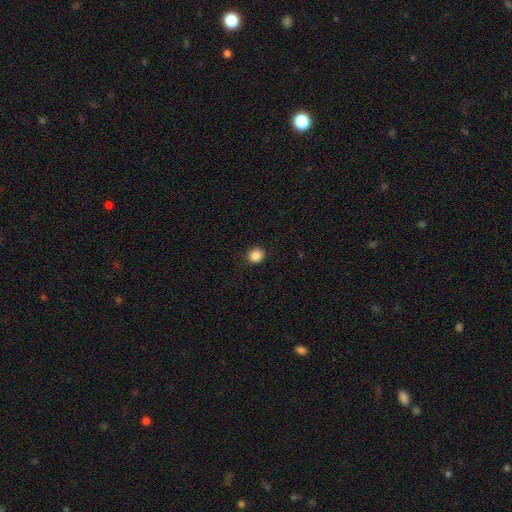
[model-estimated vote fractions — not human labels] Morphology: type=smooth (87%); roundness=round (87%); merging=none (89%).